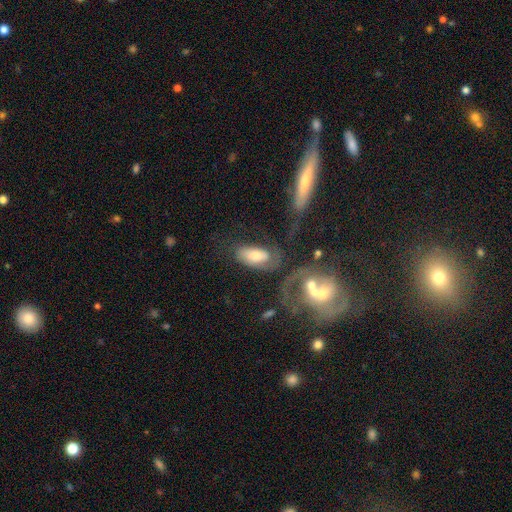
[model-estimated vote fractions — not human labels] Smooth or featured? smooth (57%)
How rounded? in between (89%)
Merging? none (41%)